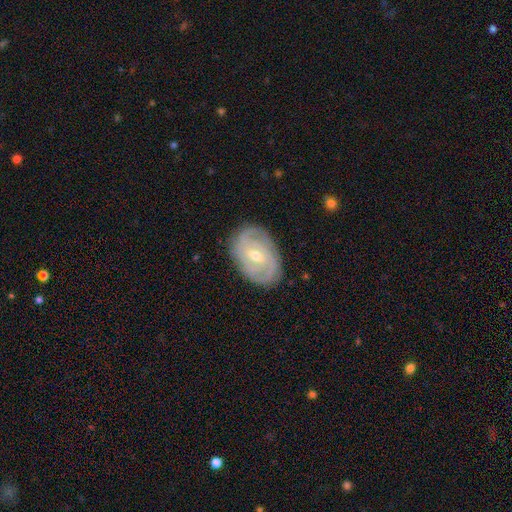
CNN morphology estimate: This is clearly a featured or disk galaxy (82%). It is clearly not viewed edge-on (96%). Bar: possibly weak (54%). Spiral arm pattern: clearly yes (93%). Spiral arm count: marginally 2 (34%). Spiral winding: likely tight (67%). Central bulge: possibly moderate (52%). Merging: clearly none (83%).